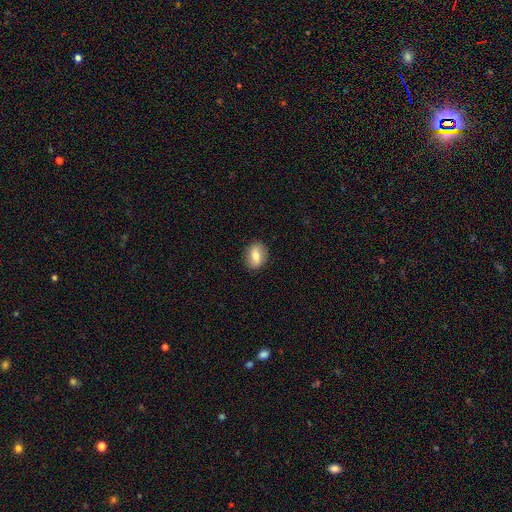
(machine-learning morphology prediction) smooth-or-featured: smooth: 71% | featured or disk: 22% | star or artifact: 8%
  how-rounded: in between: 65% | round: 33% | cigar-shaped: 2%
  merging: none: 87% | minor disturbance: 10% | major disturbance: 3% | merger: 1%